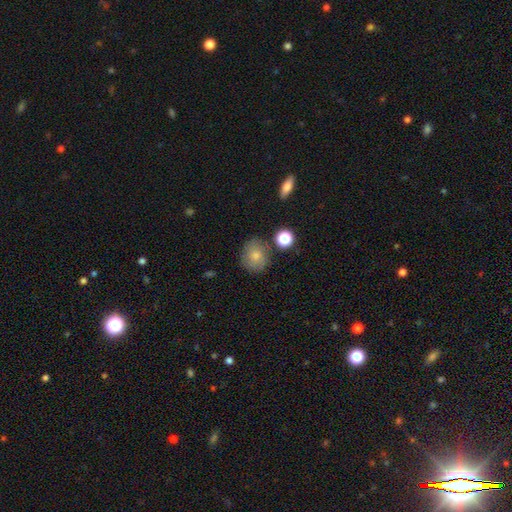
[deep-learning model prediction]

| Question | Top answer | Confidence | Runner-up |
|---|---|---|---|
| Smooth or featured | smooth | 77% | featured or disk (13%) |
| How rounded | round | 77% | in between (22%) |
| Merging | none | 74% | minor disturbance (15%) |